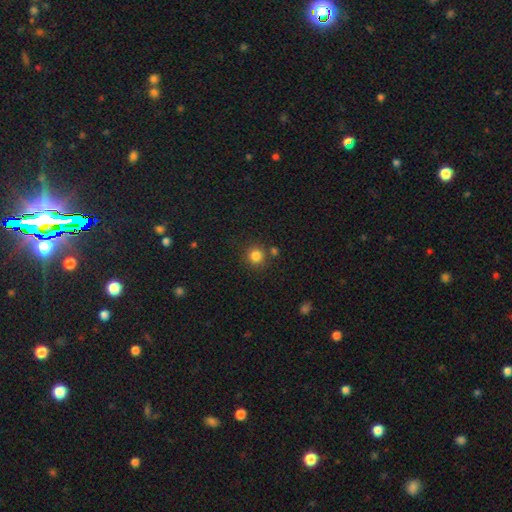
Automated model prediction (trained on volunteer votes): Smooth or featured? smooth (83%)
How rounded? round (92%)
Merging? none (80%)